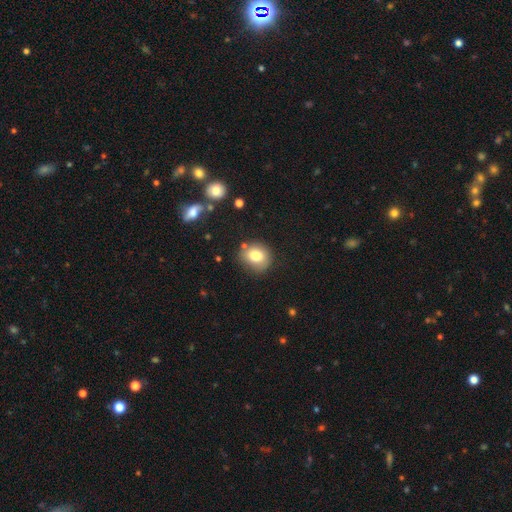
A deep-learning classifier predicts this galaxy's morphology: Q: Smooth or featured?
A: smooth (78%); runner-up: featured or disk (11%)
Q: How rounded?
A: round (77%); runner-up: in between (22%)
Q: Merging?
A: none (77%); runner-up: minor disturbance (15%)